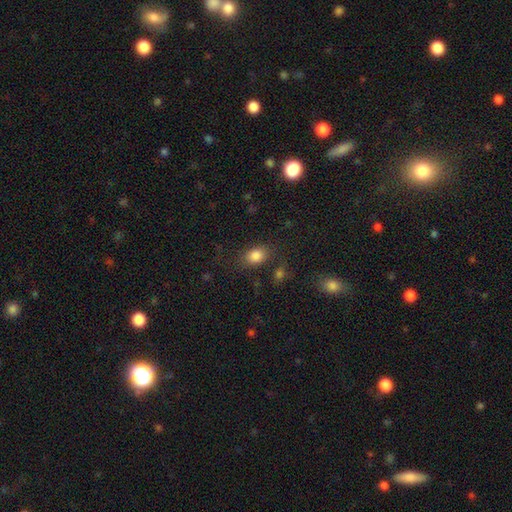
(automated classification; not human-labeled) A smooth galaxy with no disk features (83%) that is in between round and cigar-shaped (71%). Merging: none (74%).